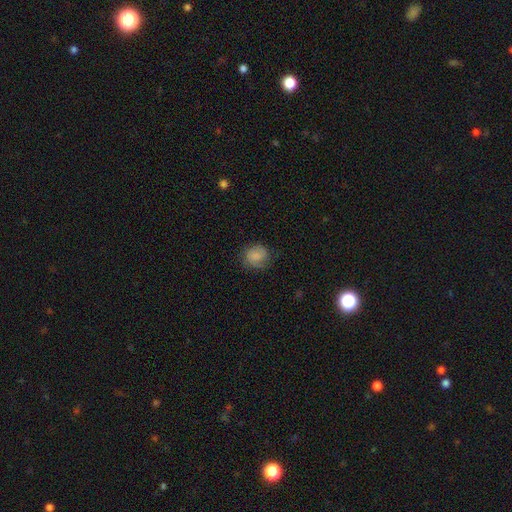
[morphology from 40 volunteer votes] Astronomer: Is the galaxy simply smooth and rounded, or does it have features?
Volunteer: smooth — 70%.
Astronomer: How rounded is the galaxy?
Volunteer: round — 68%.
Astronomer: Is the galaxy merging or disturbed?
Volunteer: none — 62%.